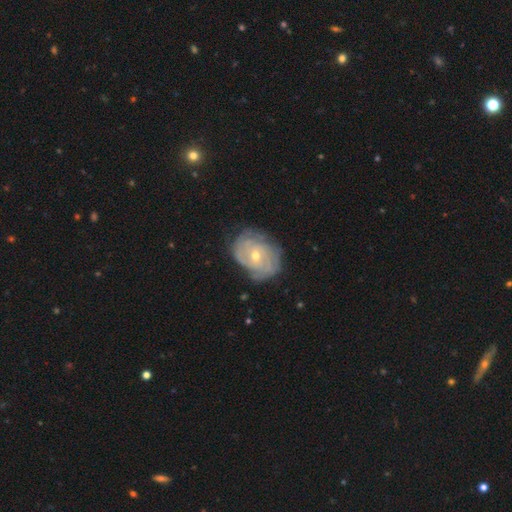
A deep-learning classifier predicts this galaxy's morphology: Smooth or featured? Predicted: featured or disk (p=0.79). Edge-on disk? Predicted: no (p=0.97). Bar? Predicted: no (p=0.68). Spiral arms? Predicted: yes (p=0.89). Spiral winding? Predicted: tight (p=0.67). Spiral arm count? Predicted: can't tell (p=0.43). Bulge size? Predicted: small (p=0.52). Merging? Predicted: none (p=0.70).